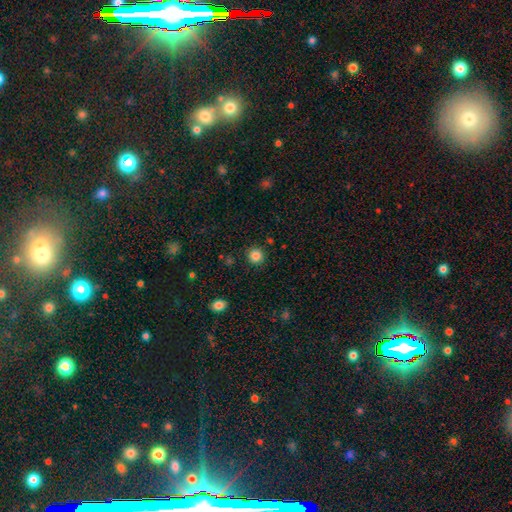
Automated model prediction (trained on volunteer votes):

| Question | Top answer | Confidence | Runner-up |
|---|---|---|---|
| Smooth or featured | smooth | 85% | star or artifact (11%) |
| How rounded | round | 93% | in between (6%) |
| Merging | none | 90% | minor disturbance (6%) |